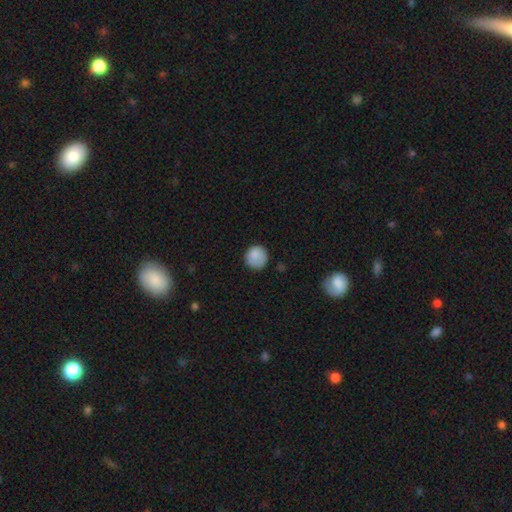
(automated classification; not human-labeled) Smooth or featured? smooth (85%)
How rounded? round (89%)
Merging? none (75%)